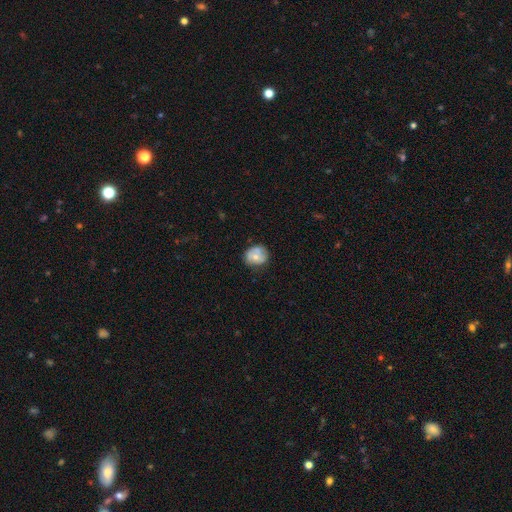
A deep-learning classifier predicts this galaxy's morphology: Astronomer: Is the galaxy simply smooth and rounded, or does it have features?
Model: smooth — 59%.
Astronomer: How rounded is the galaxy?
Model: round — 71%.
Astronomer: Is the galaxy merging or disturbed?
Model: none — 66%.